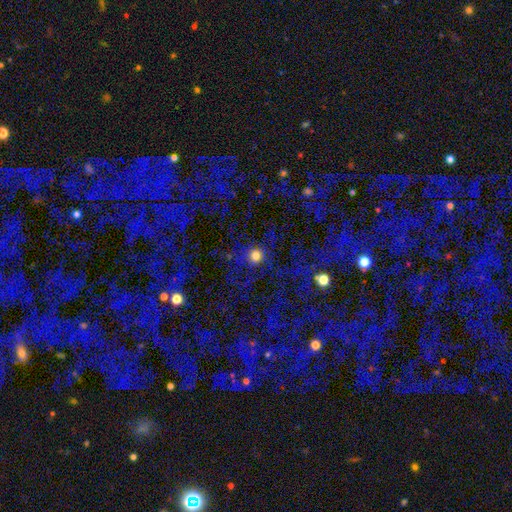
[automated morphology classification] type=smooth (56%); roundness=round (84%); merging=none (73%).